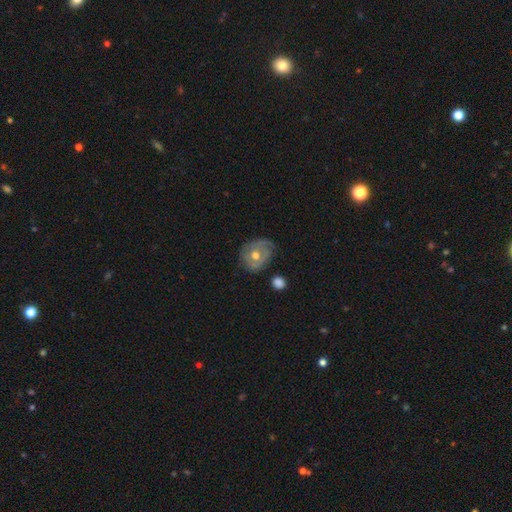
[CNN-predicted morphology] Overall: featured or disk (54%; smooth 39%). Edge-on disk: no (96%). Bar: no (80%). Spiral arms: yes (57%; no 43%). Bulge size: moderate (78%). Merging: none (58%; minor disturbance 29%).